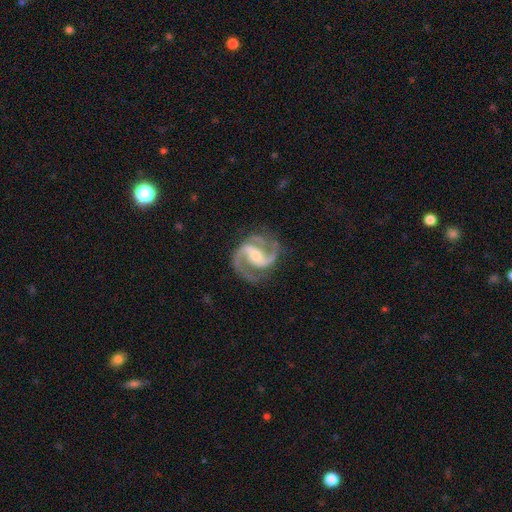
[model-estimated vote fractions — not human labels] featured or disk 94%, star or artifact 4%, smooth 3%. Down the decision tree: edge-on disk — no (98%); bar — weak (39%); spiral arms — yes (99%); spiral arm count — 2 (75%); spiral winding — medium (65%); bulge size — small (48%); merging — none (78%).